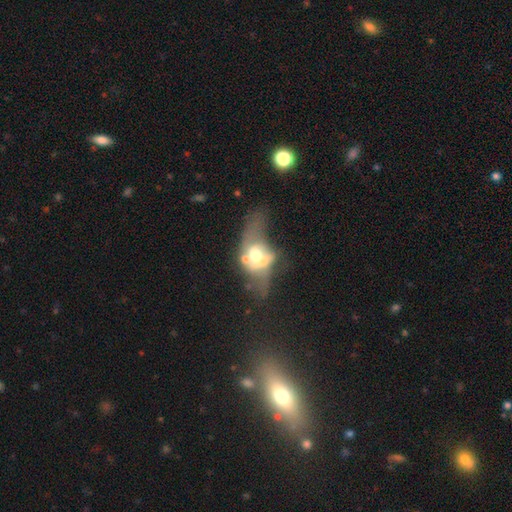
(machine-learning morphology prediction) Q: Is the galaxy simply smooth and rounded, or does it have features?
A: featured or disk — 58%.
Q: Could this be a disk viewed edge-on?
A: no — 88%.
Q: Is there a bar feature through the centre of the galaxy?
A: no — 78%.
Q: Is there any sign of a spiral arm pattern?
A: no — 77%.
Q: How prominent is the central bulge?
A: moderate — 57%.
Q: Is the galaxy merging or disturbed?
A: major disturbance — 38%.